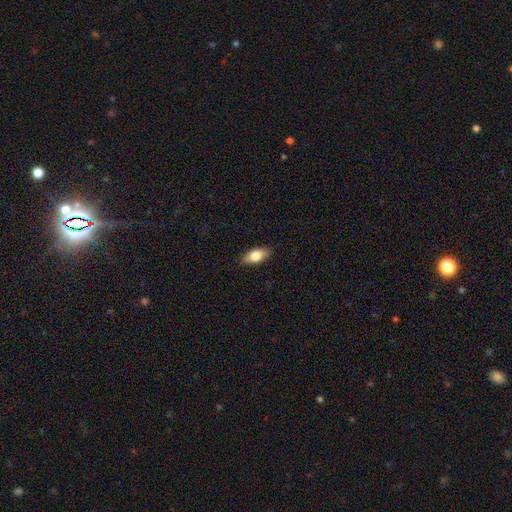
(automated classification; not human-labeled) A smooth galaxy with no disk features (76%) that is in between round and cigar-shaped (85%). Merging: none (87%).